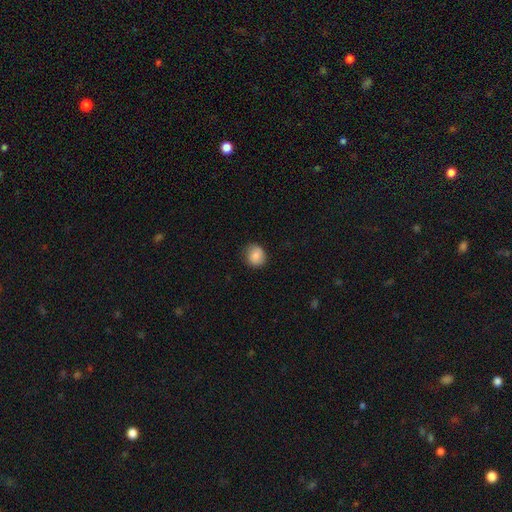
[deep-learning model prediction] Q: Smooth or featured?
A: smooth (82%); runner-up: featured or disk (10%)
Q: How rounded?
A: round (80%); runner-up: in between (19%)
Q: Merging?
A: none (83%); runner-up: minor disturbance (13%)